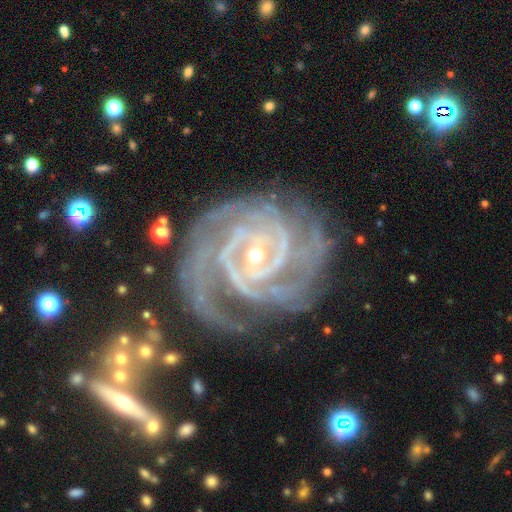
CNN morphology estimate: Smooth or featured? featured or disk (93%)
Edge-on disk? no (98%)
Bar? weak (39%)
Spiral arms? yes (98%)
Spiral winding? tight (70%)
Spiral arm count? 3 (30%)
Bulge size? small (60%)
Merging? none (69%)